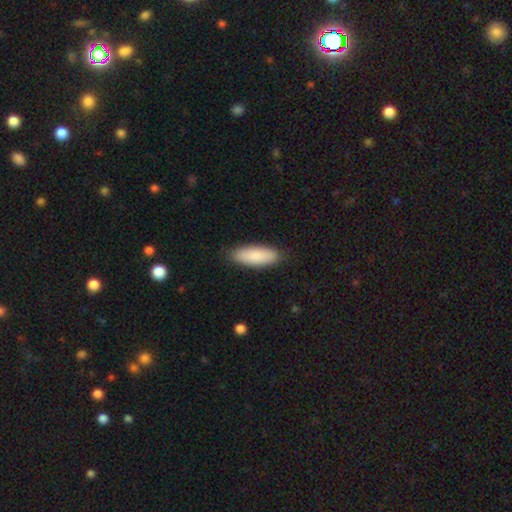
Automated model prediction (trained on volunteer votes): Q: Smooth or featured?
A: smooth (87%); runner-up: featured or disk (7%)
Q: How rounded?
A: in between (66%); runner-up: cigar-shaped (33%)
Q: Merging?
A: none (86%); runner-up: minor disturbance (10%)